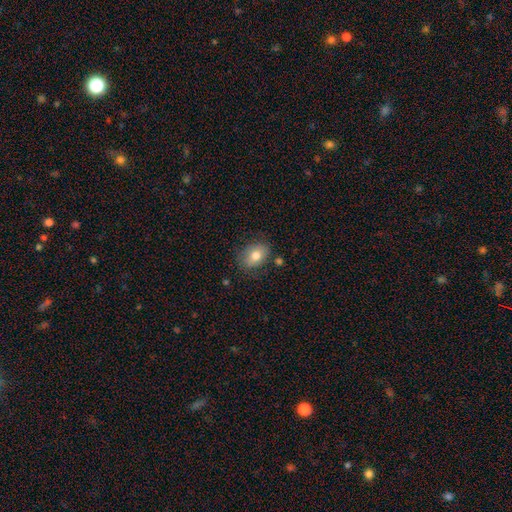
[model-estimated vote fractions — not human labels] smooth-or-featured: smooth: 78% | featured or disk: 14% | star or artifact: 8%
  how-rounded: in between: 74% | round: 25% | cigar-shaped: 1%
  merging: none: 77% | minor disturbance: 15% | major disturbance: 4% | merger: 3%